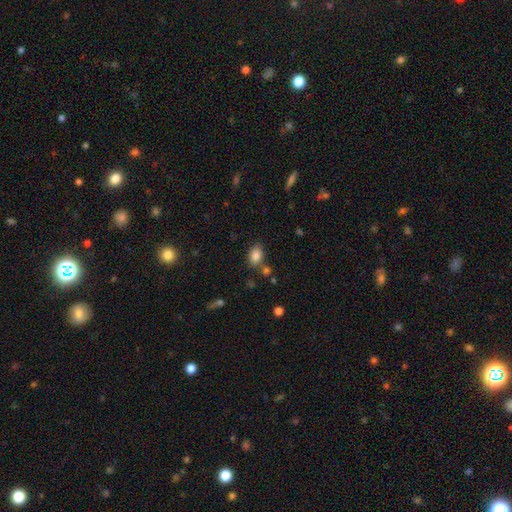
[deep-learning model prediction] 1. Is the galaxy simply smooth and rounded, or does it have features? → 85% smooth, 9% star or artifact, 6% featured or disk.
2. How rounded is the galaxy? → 83% in between, 15% round, 1% cigar-shaped.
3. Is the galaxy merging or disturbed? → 70% none, 15% minor disturbance, 10% merger, 4% major disturbance.